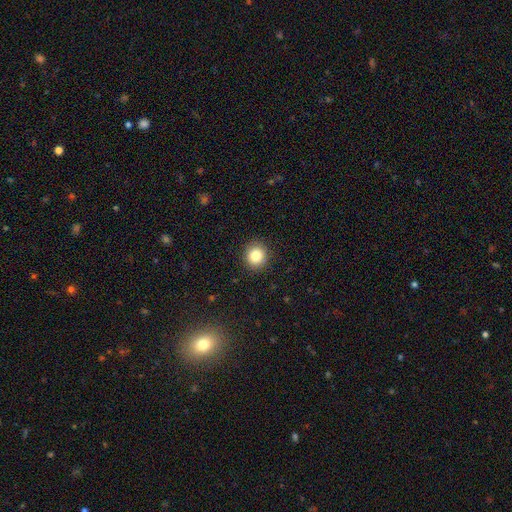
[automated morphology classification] Smooth or featured: smooth — 84% (star or artifact — 10%)
How rounded: round — 89% (in between — 10%)
Merging: none — 91% (minor disturbance — 6%)